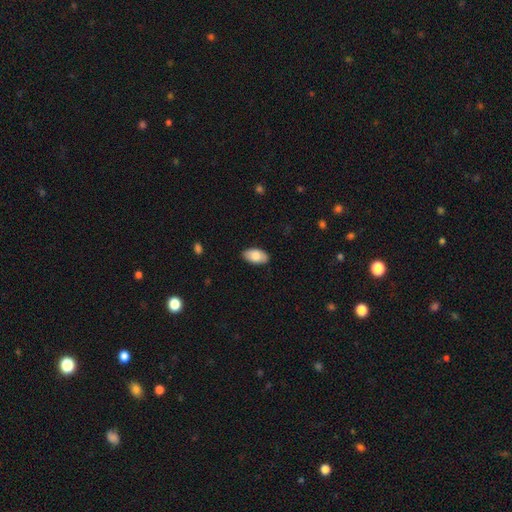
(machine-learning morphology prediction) A smooth galaxy with no disk features (84%) that is in between round and cigar-shaped (95%).

Vote fractions:
- Smooth or featured? smooth: 84% / featured or disk: 10% / star or artifact: 6%
- How rounded? in between: 95% / round: 3% / cigar-shaped: 2%
- Merging? none: 86% / minor disturbance: 11% / major disturbance: 2% / merger: 1%